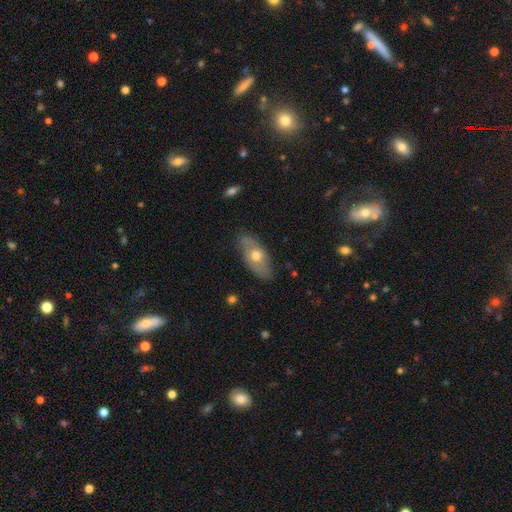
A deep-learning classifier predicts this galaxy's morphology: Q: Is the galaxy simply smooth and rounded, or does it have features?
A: featured or disk — 47%.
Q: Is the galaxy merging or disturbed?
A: none — 80%.